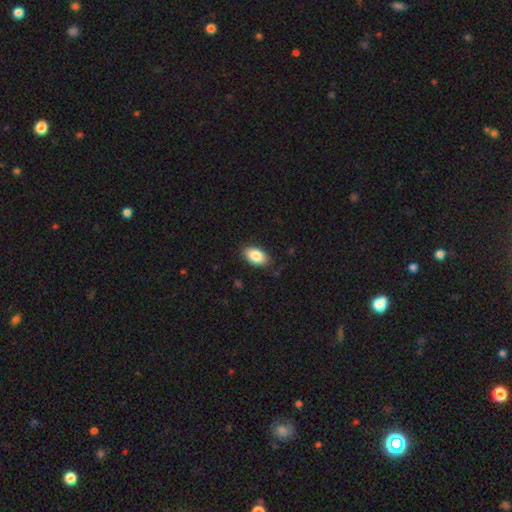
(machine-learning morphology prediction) smooth_or_featured: smooth (p=0.87) [alt: star or artifact p=0.07]
how_rounded: in between (p=0.93) [alt: round p=0.06]
merging: none (p=0.85) [alt: minor disturbance p=0.11]